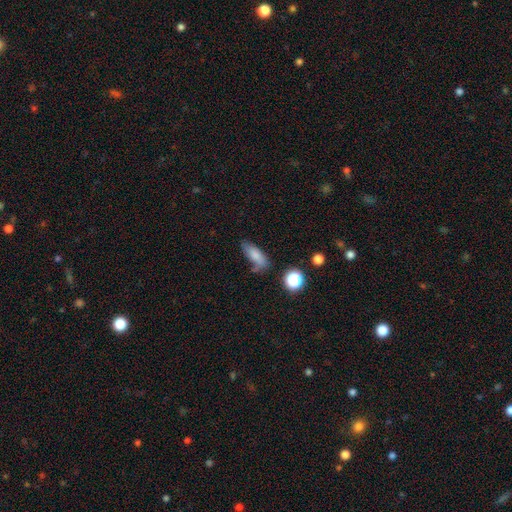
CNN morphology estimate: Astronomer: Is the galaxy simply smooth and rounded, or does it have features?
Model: smooth — 77%.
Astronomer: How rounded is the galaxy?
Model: in between — 70%.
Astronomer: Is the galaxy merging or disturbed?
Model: none — 53%.